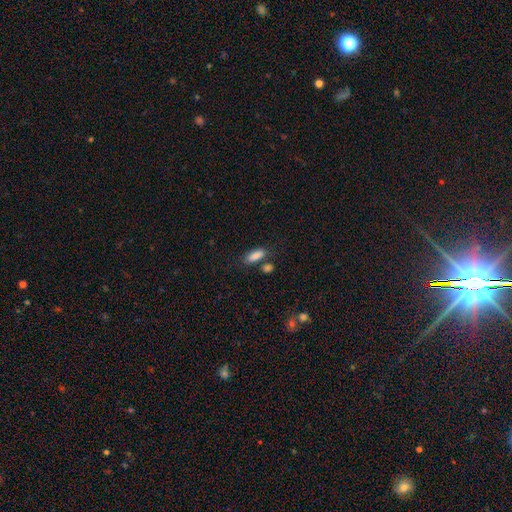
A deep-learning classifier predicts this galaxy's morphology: Overall: smooth (86%). How rounded: in between (72%). Merging: none (67%).